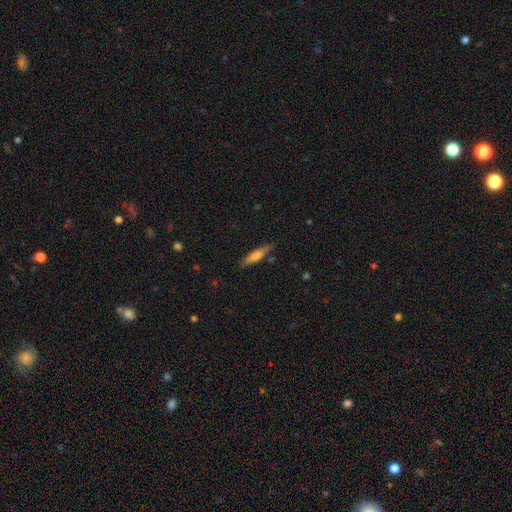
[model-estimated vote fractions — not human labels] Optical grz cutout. It shows a smooth galaxy with no disk features (53%) that is cigar-shaped (81%). Merging: none (83%).